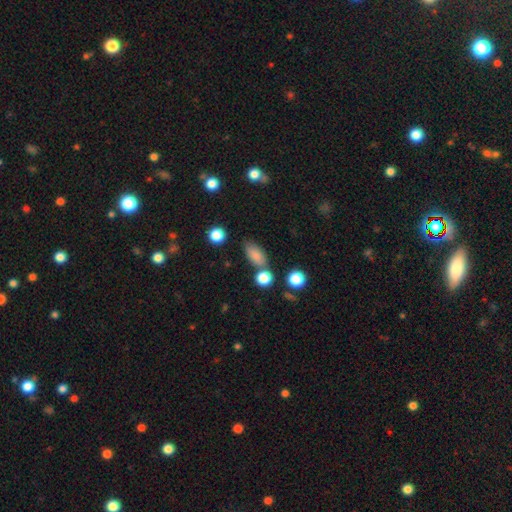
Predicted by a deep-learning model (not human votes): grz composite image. It shows a smooth galaxy with no disk features (83%) that is in between round and cigar-shaped (85%). Merging: none (68%).